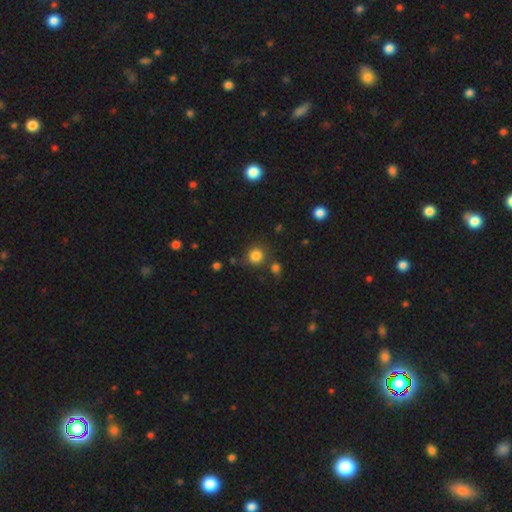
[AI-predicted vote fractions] Smooth or featured?
  - smooth: 83% *
  - star or artifact: 13%
  - featured or disk: 5%
How rounded?
  - round: 88% *
  - in between: 11%
  - cigar-shaped: 1%
Merging?
  - none: 76% *
  - minor disturbance: 11%
  - merger: 8%
  - major disturbance: 4%